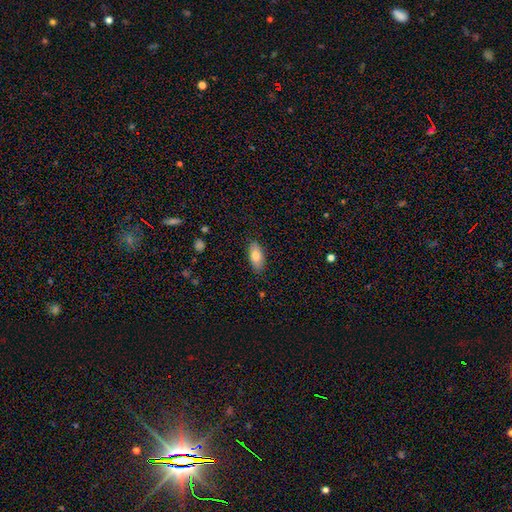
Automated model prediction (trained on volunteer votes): Morphology: type=smooth (79%); roundness=in between (88%); merging=none (85%).